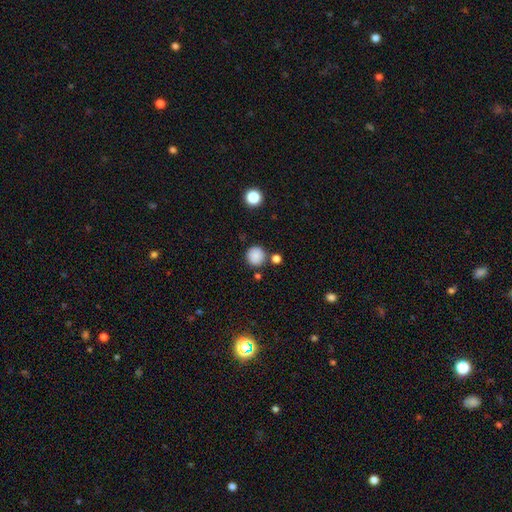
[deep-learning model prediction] A smooth galaxy with no disk features (85%) that is round (94%). Merging: none (82%).